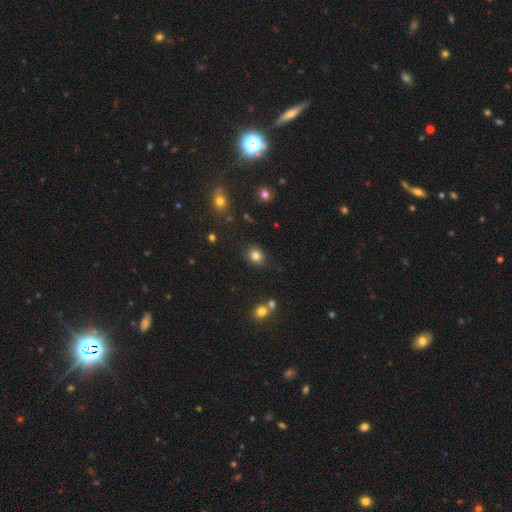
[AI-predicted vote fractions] Smooth or featured: smooth — 82% (star or artifact — 12%)
How rounded: round — 70% (in between — 29%)
Merging: none — 82% (minor disturbance — 11%)